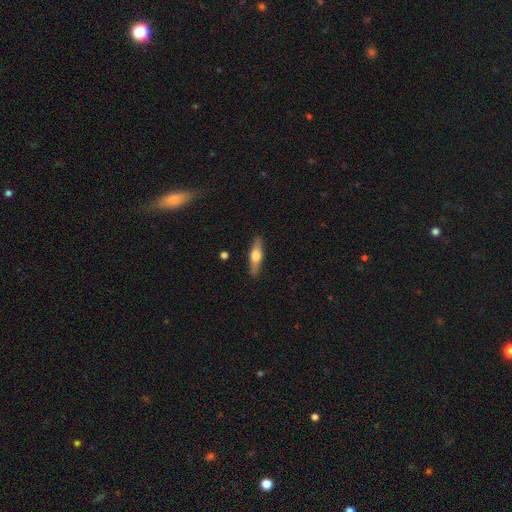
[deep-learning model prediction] Smooth or featured? featured or disk (50%)
Merging? none (89%)